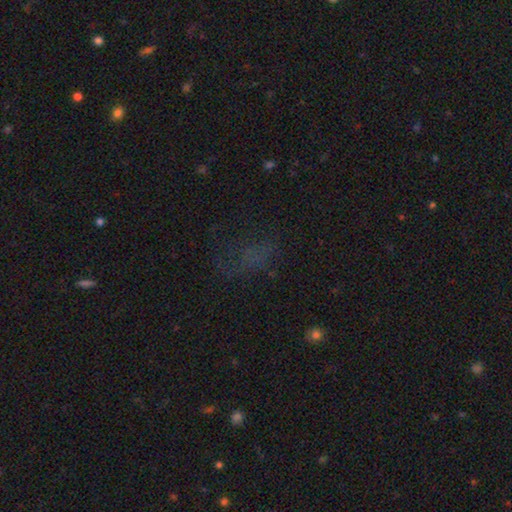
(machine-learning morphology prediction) Smooth or featured? Predicted: star or artifact (p=0.41, tied with smooth).